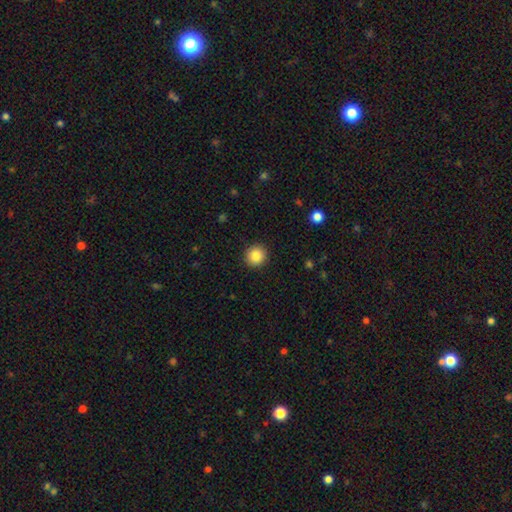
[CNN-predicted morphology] This is clearly a smooth galaxy (86%). How rounded: clearly round (92%). Merging: clearly none (92%).